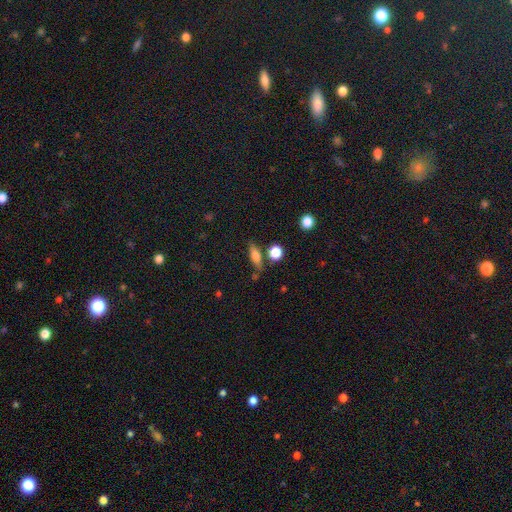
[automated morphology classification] Q: Smooth or featured?
A: smooth (73%); runner-up: featured or disk (17%)
Q: How rounded?
A: in between (56%); runner-up: cigar-shaped (34%)
Q: Merging?
A: none (72%); runner-up: minor disturbance (15%)